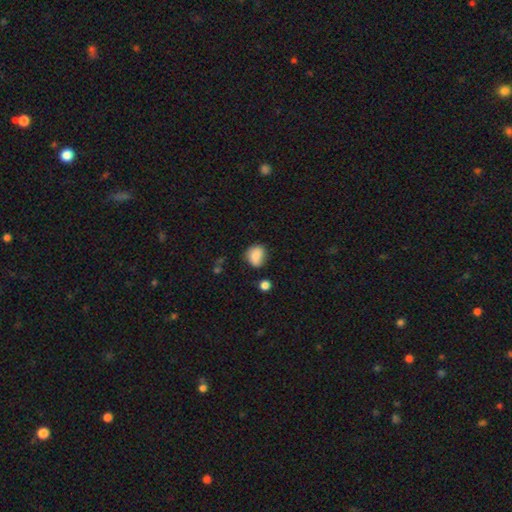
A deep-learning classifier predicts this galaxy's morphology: The model was most divided on "how rounded": round: 58%, in between: 41%, cigar-shaped: 1%. More confident: smooth or featured — smooth (83%); merging — none (63%).